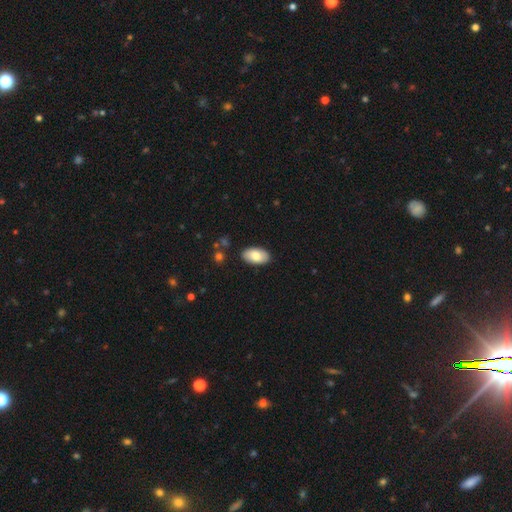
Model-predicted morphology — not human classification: type=smooth (78%); roundness=in between (95%); merging=none (88%).